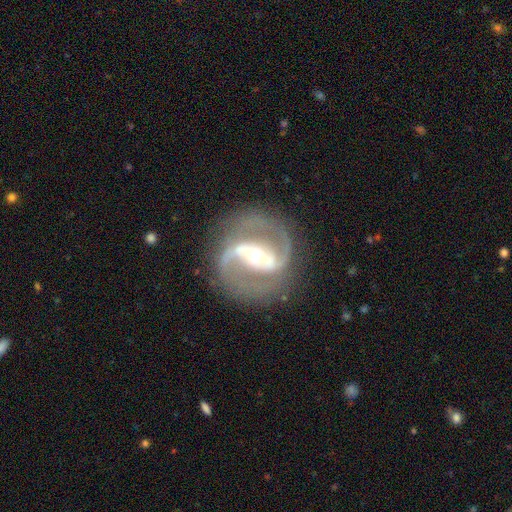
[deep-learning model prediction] A featured or disk galaxy (90%) with a strong bar (61%), 2 (92%) medium (60%) spiral arms (96%) and a moderate central bulge (64%).

Vote fractions:
- Smooth or featured? featured or disk: 90% / star or artifact: 5% / smooth: 4%
- Edge-on disk? no: 97% / yes: 3%
- Bar? strong: 61% / weak: 28% / no: 11%
- Spiral arms? yes: 96% / no: 4%
- Spiral winding? medium: 60% / tight: 22% / loose: 18%
- Spiral arm count? 2: 92% / 3: 2% / can't tell: 2% / 1: 1% / 4: 1% / more than 4: 1%
- Bulge size? moderate: 64% / small: 26% / large: 8% / dominant: 1% / none: 1%
- Merging? none: 81% / minor disturbance: 12% / major disturbance: 6% / merger: 2%